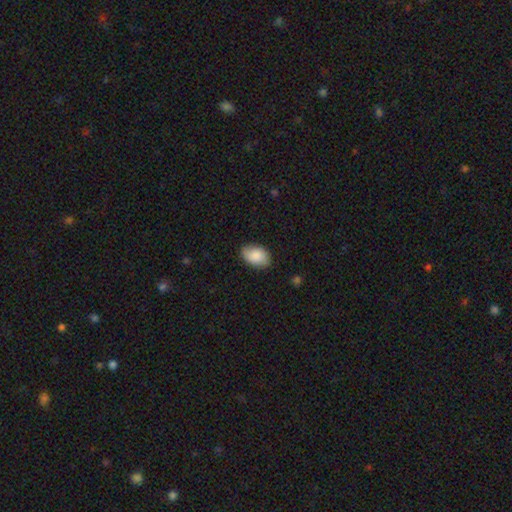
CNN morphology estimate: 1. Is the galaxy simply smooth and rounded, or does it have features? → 88% smooth, 6% featured or disk, 6% star or artifact.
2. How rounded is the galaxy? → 91% in between, 8% round, 1% cigar-shaped.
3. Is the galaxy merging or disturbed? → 84% none, 13% minor disturbance, 2% major disturbance, 1% merger.